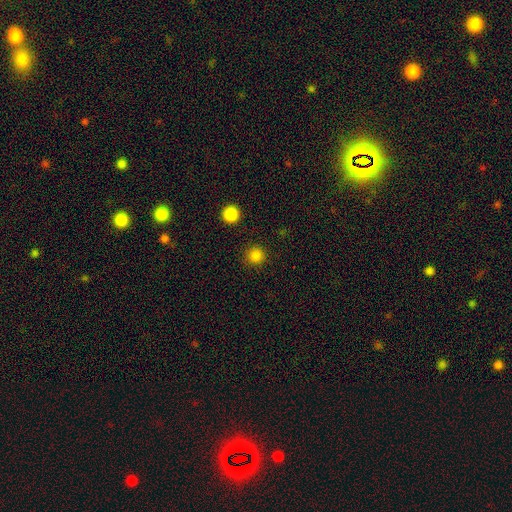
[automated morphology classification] This is clearly a smooth galaxy (84%). How rounded: clearly round (95%). Merging: clearly none (90%).